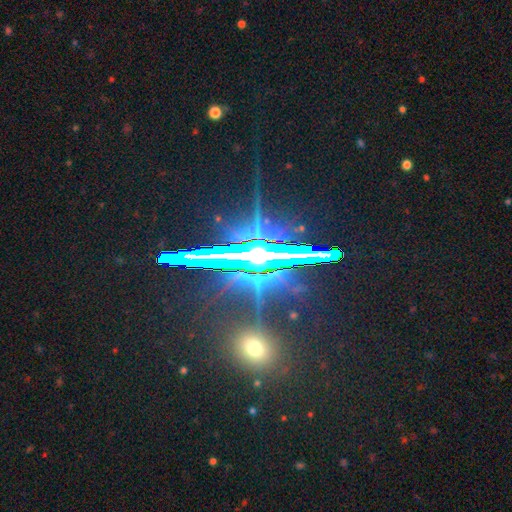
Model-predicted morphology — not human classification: Overall: star or artifact (70%).